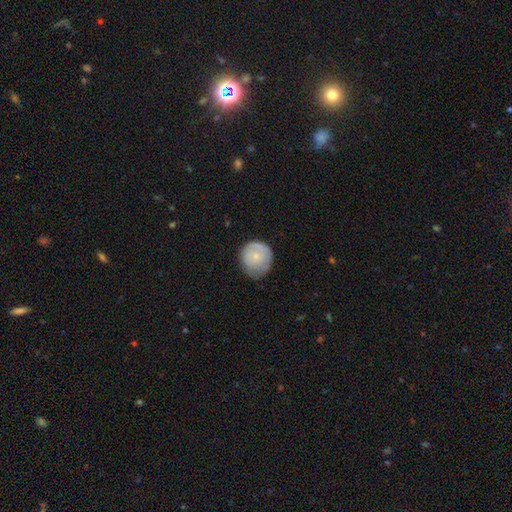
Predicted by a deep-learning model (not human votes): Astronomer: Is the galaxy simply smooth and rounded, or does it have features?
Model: smooth — 69%.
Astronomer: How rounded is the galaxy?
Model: round — 87%.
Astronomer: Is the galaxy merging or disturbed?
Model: none — 61%.